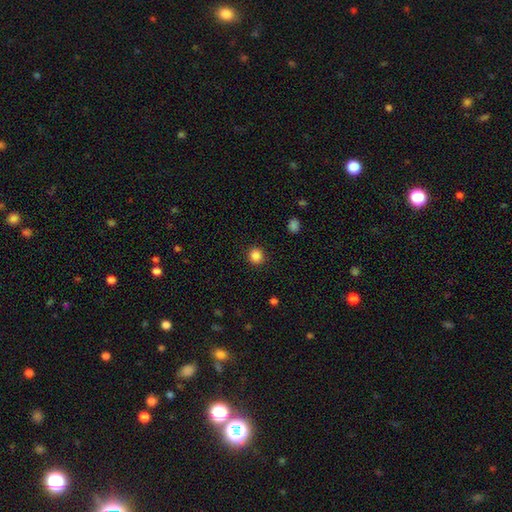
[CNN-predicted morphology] smooth-or-featured: smooth: 86% | star or artifact: 11% | featured or disk: 3%
  how-rounded: round: 89% | in between: 10% | cigar-shaped: 1%
  merging: none: 89% | minor disturbance: 7% | major disturbance: 3% | merger: 1%